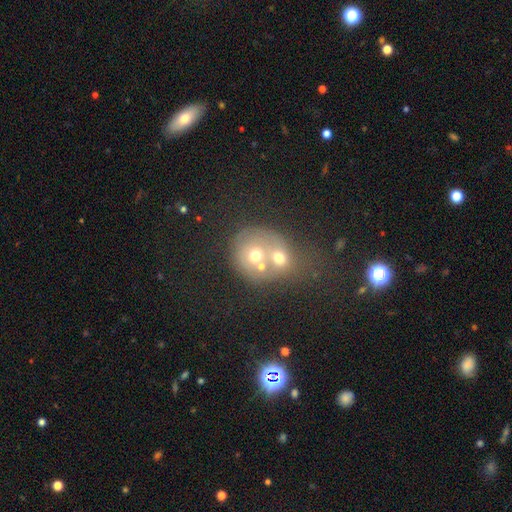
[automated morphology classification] A smooth galaxy with no disk features (53%) that is round (78%). Merging: merger (61%).